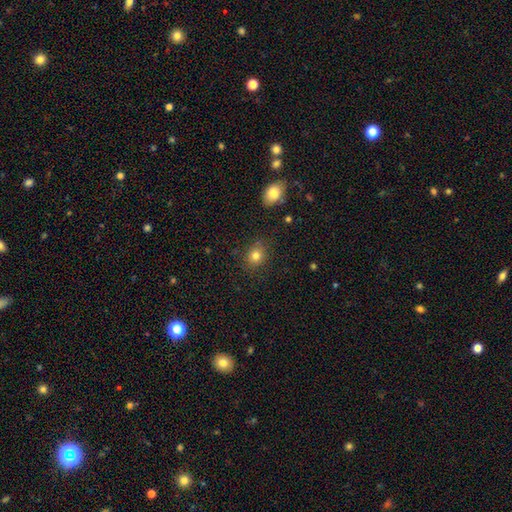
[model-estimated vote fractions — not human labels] A smooth galaxy with no disk features (81%) that is round (64%). Merging: none (83%).